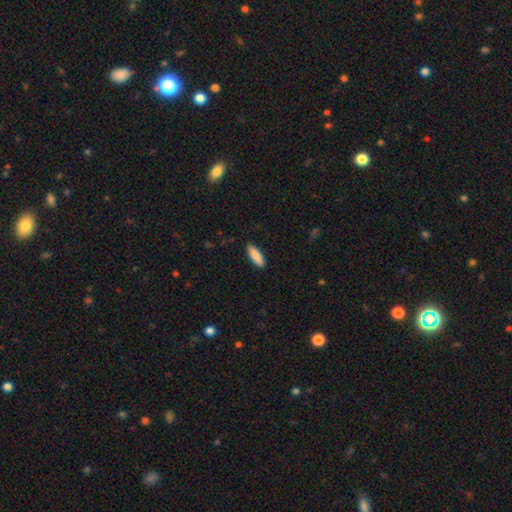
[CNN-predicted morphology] This appears to be a smooth galaxy with no disk features (89%) that is in between round and cigar-shaped (56%). Merging: none (89%).